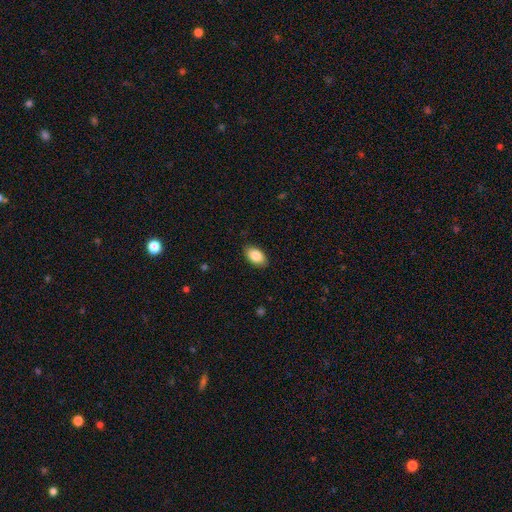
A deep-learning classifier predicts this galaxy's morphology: A smooth galaxy with no disk features (87%) that is in between round and cigar-shaped (93%).

Vote fractions:
- Smooth or featured? smooth: 87% / star or artifact: 7% / featured or disk: 7%
- How rounded? in between: 93% / round: 6% / cigar-shaped: 1%
- Merging? none: 88% / minor disturbance: 9% / major disturbance: 2% / merger: 1%